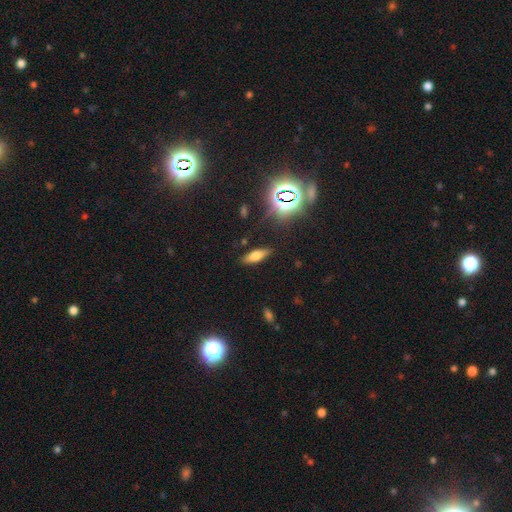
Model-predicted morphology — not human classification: Smooth or featured: smooth — 61% (featured or disk — 21%)
How rounded: in between — 58% (cigar-shaped — 39%)
Merging: none — 84% (minor disturbance — 11%)